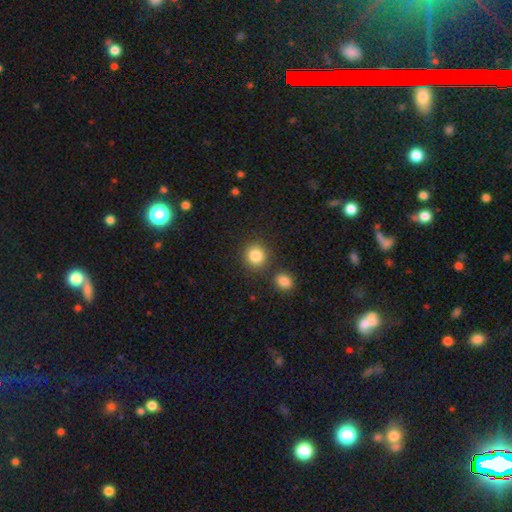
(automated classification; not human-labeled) Smooth or featured? smooth (85%)
How rounded? round (88%)
Merging? none (81%)